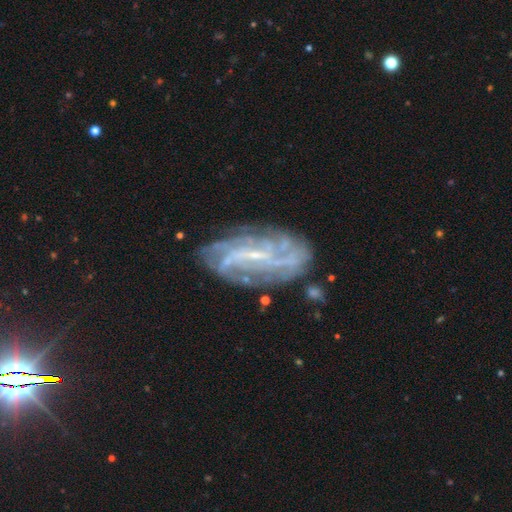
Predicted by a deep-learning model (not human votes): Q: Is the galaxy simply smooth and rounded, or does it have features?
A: featured or disk — 82%.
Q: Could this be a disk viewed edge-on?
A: no — 94%.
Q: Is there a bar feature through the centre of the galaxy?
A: weak — 44%.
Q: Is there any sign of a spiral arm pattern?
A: yes — 91%.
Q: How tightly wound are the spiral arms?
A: tight — 42%.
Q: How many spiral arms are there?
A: can't tell — 38%.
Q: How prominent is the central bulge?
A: small — 73%.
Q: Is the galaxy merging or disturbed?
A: none — 71%.